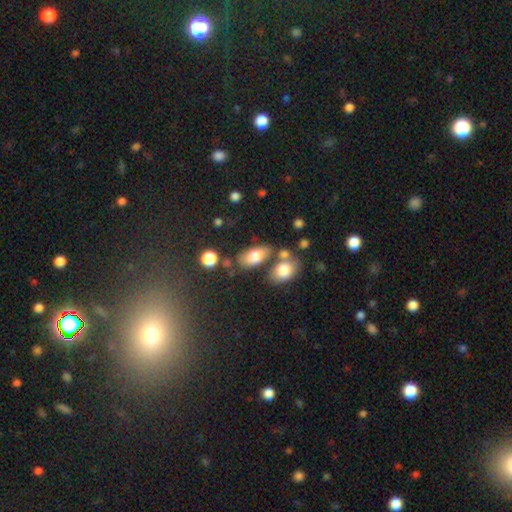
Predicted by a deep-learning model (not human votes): Q: Smooth or featured?
A: smooth (76%); runner-up: featured or disk (15%)
Q: How rounded?
A: in between (89%); runner-up: round (7%)
Q: Merging?
A: none (64%); runner-up: merger (17%)